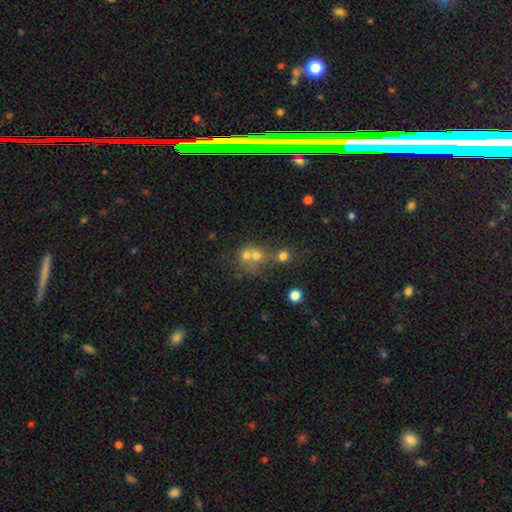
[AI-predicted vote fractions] smooth_or_featured: smooth (p=0.58) [alt: star or artifact p=0.22]
how_rounded: round (p=0.78) [alt: in between p=0.21]
merging: merger (p=0.54) [alt: none p=0.34]